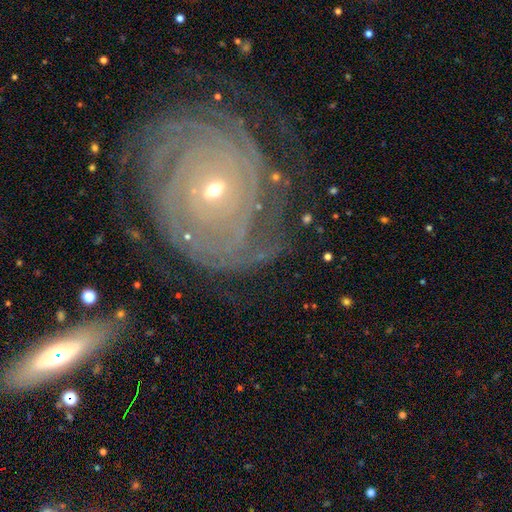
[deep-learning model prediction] Smooth or featured?
  - featured or disk: 85% *
  - star or artifact: 8%
  - smooth: 7%
Edge-on disk?
  - no: 96% *
  - yes: 4%
Bar?
  - no: 73% *
  - weak: 19%
  - strong: 9%
Spiral arms?
  - yes: 97% *
  - no: 3%
Spiral winding?
  - tight: 84% *
  - medium: 13%
  - loose: 3%
Spiral arm count?
  - can't tell: 30% *
  - 4: 18%
  - 3: 15%
  - more than 4: 15%
  - 2: 14%
  - 1: 8%
Bulge size?
  - small: 70% *
  - moderate: 27%
  - large: 1%
  - dominant: 1%
  - none: 1%
Merging?
  - none: 74% *
  - minor disturbance: 16%
  - major disturbance: 7%
  - merger: 3%